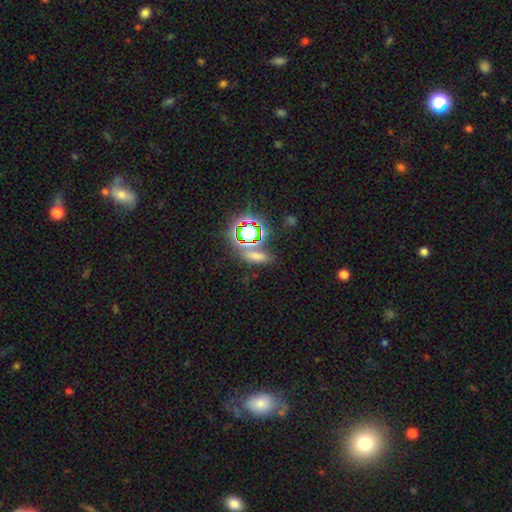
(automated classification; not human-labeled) smooth 51%, star or artifact 38%, featured or disk 11%. Down the decision tree: how rounded — in between (54%); merging — none (71%).